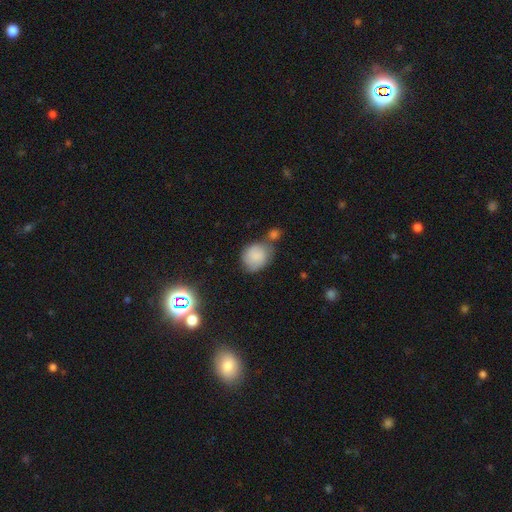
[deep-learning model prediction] This appears to be a smooth galaxy with no disk features (78%) that is round (65%). Merging: none (50%).